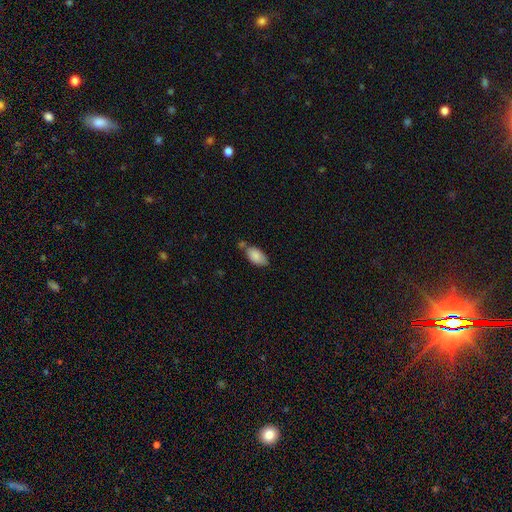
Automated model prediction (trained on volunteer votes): Smooth or featured: smooth — 87% (star or artifact — 7%)
How rounded: in between — 94% (round — 3%)
Merging: none — 54% (minor disturbance — 22%)